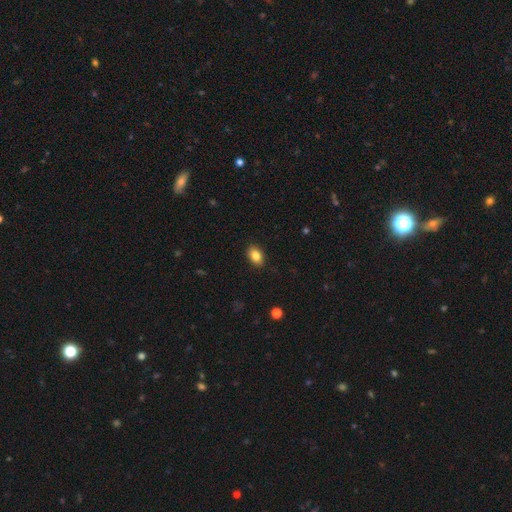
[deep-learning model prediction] This is clearly a smooth galaxy (85%). How rounded: clearly in between (87%). Merging: clearly none (88%).